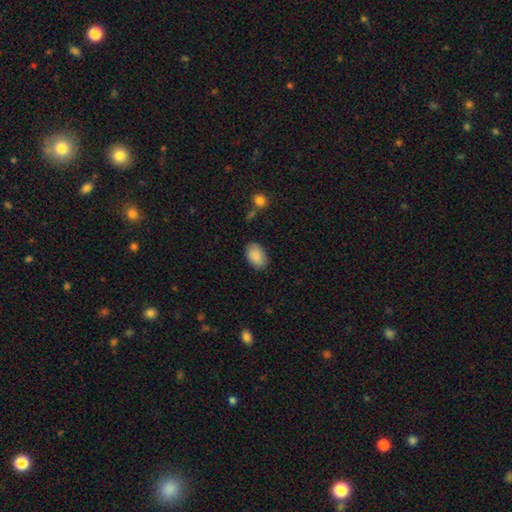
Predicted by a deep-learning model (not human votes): The model was most divided on "merging": none: 85%, minor disturbance: 11%, major disturbance: 3%, merger: 1%. More confident: smooth or featured — smooth (89%); how rounded — in between (89%).